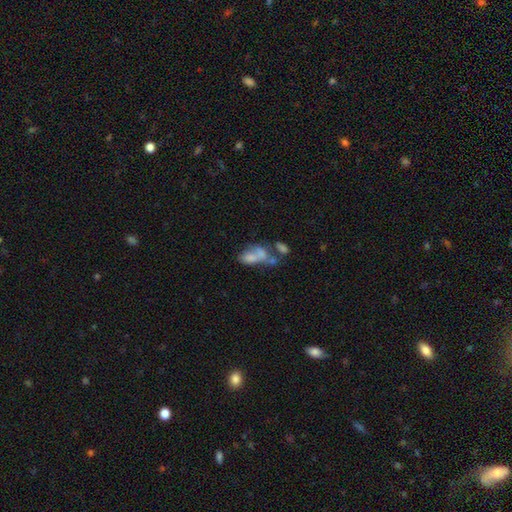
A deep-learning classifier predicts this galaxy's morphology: Q: Smooth or featured?
A: smooth (53%); runner-up: featured or disk (35%)
Q: How rounded?
A: in between (86%); runner-up: round (7%)
Q: Merging?
A: merger (56%); runner-up: major disturbance (17%)